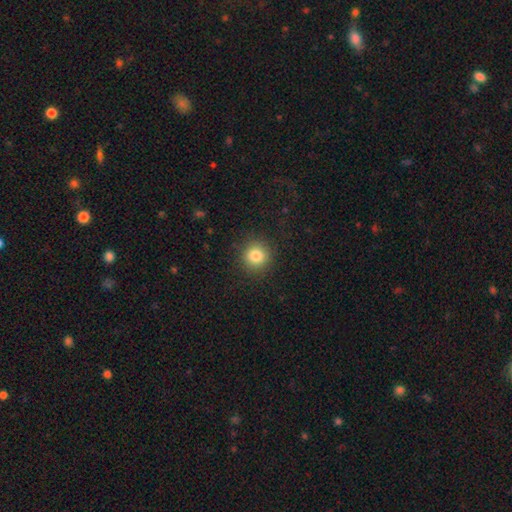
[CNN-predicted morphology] Smooth or featured?
  - smooth: 83% *
  - star or artifact: 11%
  - featured or disk: 6%
How rounded?
  - round: 92% *
  - in between: 7%
  - cigar-shaped: 1%
Merging?
  - none: 90% *
  - minor disturbance: 6%
  - major disturbance: 3%
  - merger: 1%